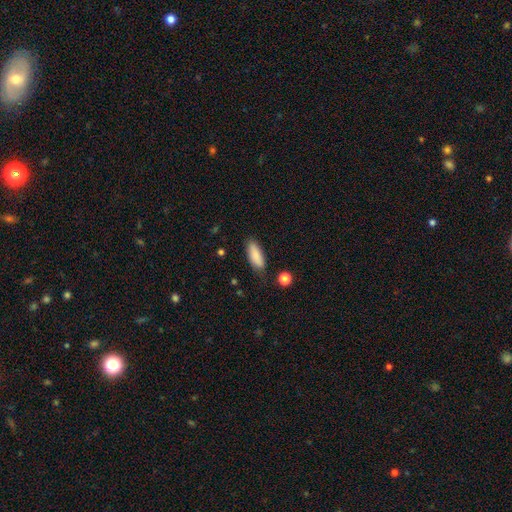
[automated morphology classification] Overall: smooth (87%). How rounded: in between (67%; cigar-shaped 31%). Merging: none (80%).